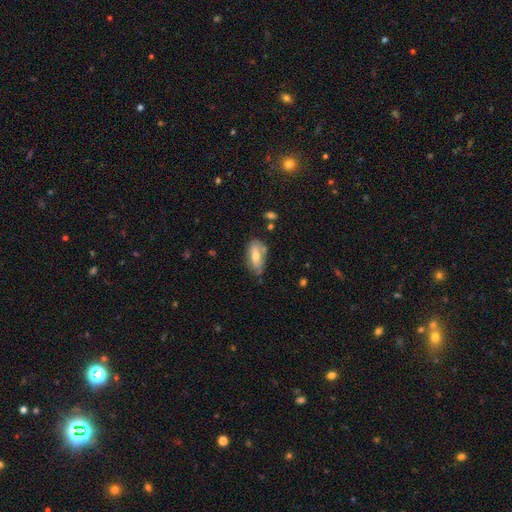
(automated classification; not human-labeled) smooth_or_featured: smooth (p=0.61) [alt: featured or disk p=0.32]
how_rounded: in between (p=0.86) [alt: cigar-shaped p=0.11]
merging: none (p=0.63) [alt: minor disturbance p=0.25]